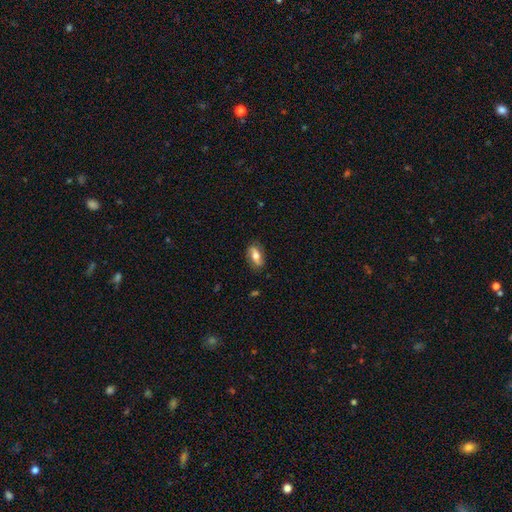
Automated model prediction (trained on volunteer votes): This is possibly a smooth galaxy (53%). How rounded: clearly in between (82%). Merging: likely none (79%).